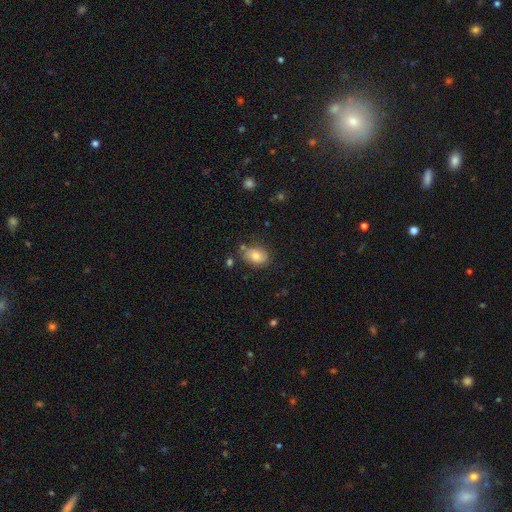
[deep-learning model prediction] Smooth or featured? Predicted: smooth (p=0.76). How rounded? Predicted: in between (p=0.78). Merging? Predicted: none (p=0.70).